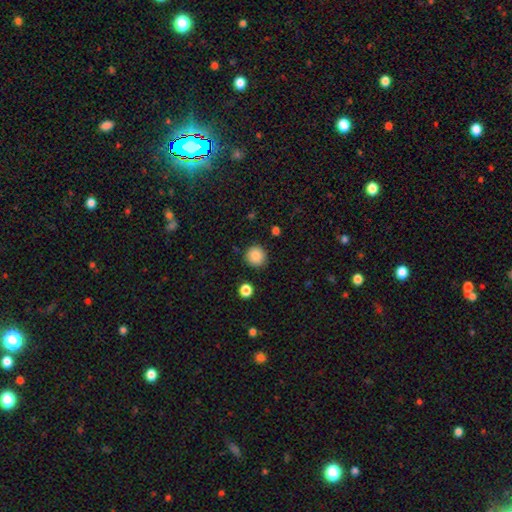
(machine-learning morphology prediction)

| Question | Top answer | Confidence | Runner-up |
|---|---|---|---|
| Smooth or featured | smooth | 87% | star or artifact (9%) |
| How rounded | round | 94% | in between (5%) |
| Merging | none | 90% | minor disturbance (7%) |